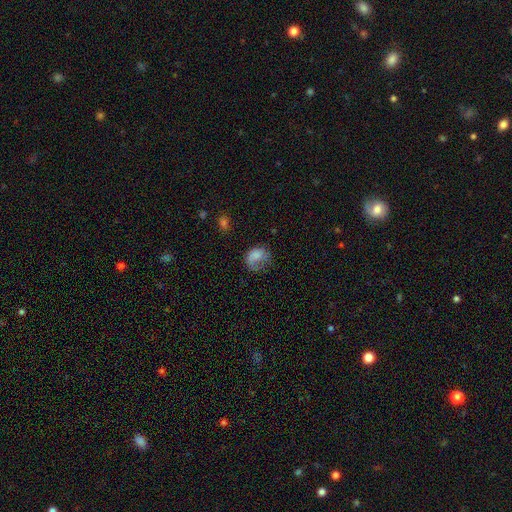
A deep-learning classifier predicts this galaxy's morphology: smooth_or_featured: smooth (p=0.72) [alt: featured or disk p=0.19]
how_rounded: in between (p=0.57) [alt: round p=0.42]
merging: none (p=0.36) [alt: major disturbance p=0.33]